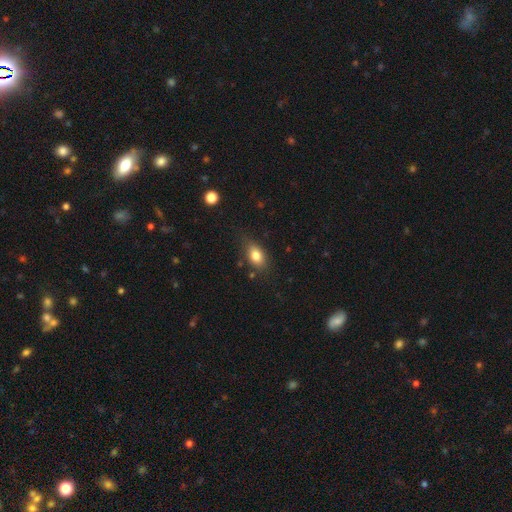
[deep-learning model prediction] Overall: smooth (81%). How rounded: in between (83%). Merging: none (73%).